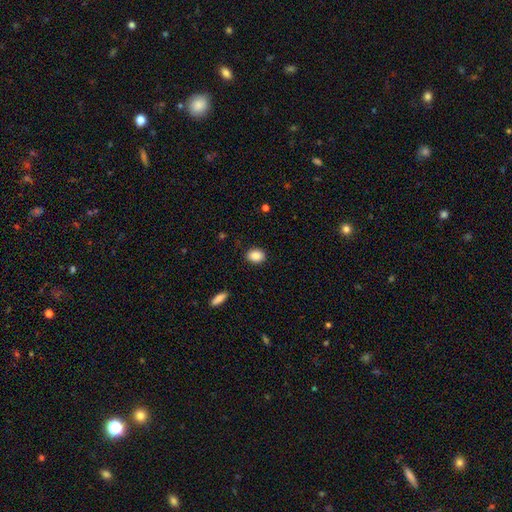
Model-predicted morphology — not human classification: smooth_or_featured: smooth (p=0.88) [alt: star or artifact p=0.08]
how_rounded: in between (p=0.63) [alt: round p=0.36]
merging: none (p=0.88) [alt: minor disturbance p=0.08]